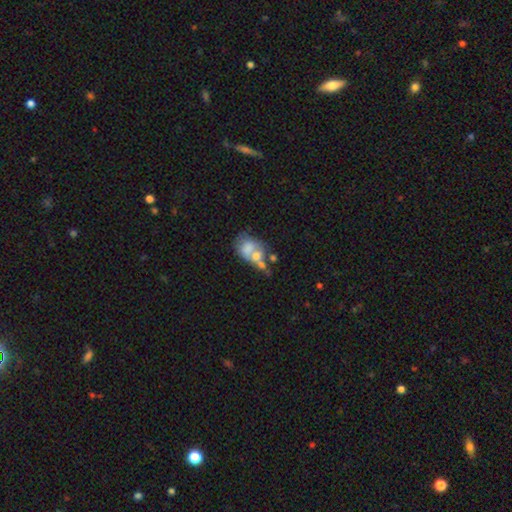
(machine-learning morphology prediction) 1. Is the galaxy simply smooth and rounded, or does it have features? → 55% smooth, 35% featured or disk, 10% star or artifact.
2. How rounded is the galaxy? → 64% in between, 35% round, 1% cigar-shaped.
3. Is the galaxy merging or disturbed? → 49% merger, 21% none, 15% major disturbance, 14% minor disturbance.